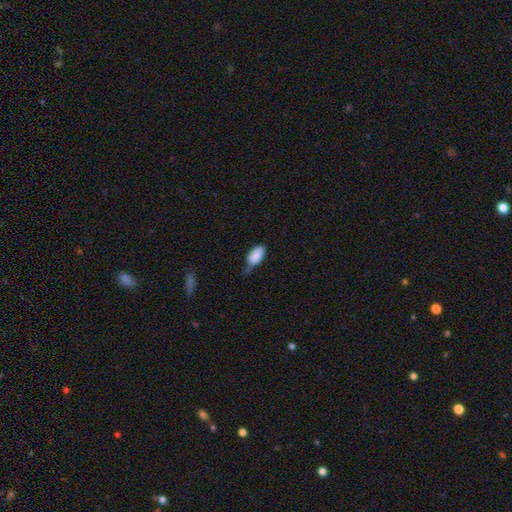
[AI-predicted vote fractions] Q: Smooth or featured?
A: smooth (87%); runner-up: star or artifact (7%)
Q: How rounded?
A: in between (94%); runner-up: round (3%)
Q: Merging?
A: minor disturbance (41%); runner-up: none (39%)